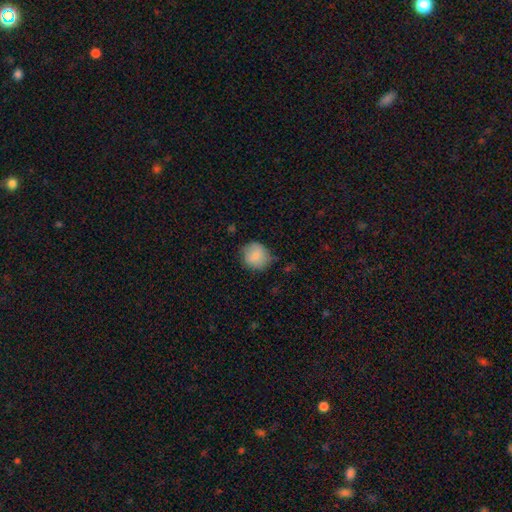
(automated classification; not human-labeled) Morphology: type=smooth (84%); roundness=round (87%); merging=none (74%).